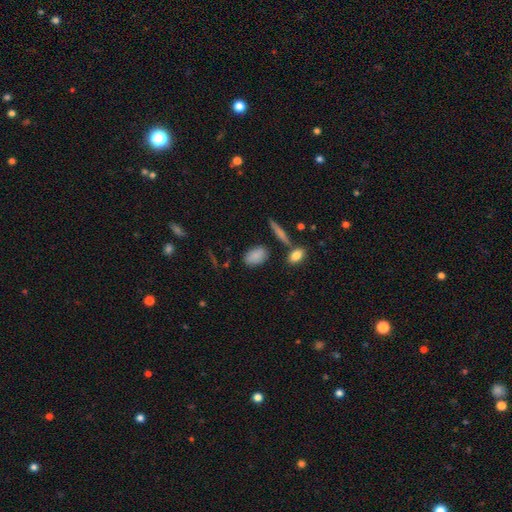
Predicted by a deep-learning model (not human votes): The model was most divided on "merging": none: 77%, minor disturbance: 13%, merger: 6%, major disturbance: 4%. More confident: how rounded — in between (87%); smooth or featured — smooth (85%).